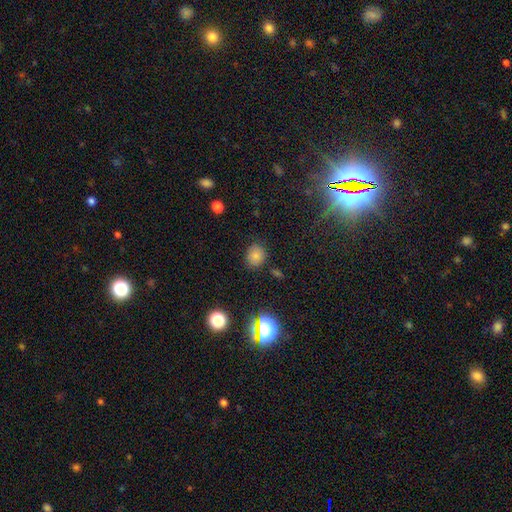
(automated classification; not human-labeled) smooth_or_featured: smooth (p=0.75) [alt: star or artifact p=0.17]
how_rounded: round (p=0.64) [alt: in between p=0.35]
merging: none (p=0.81) [alt: minor disturbance p=0.13]